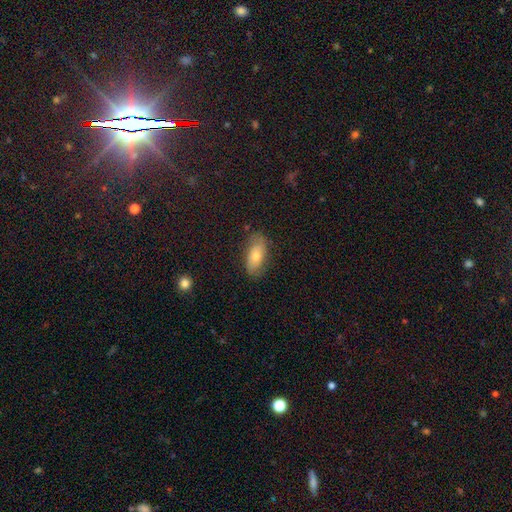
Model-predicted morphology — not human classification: This appears to be a smooth galaxy with no disk features (63%) that is in between round and cigar-shaped (84%). Merging: none (78%).